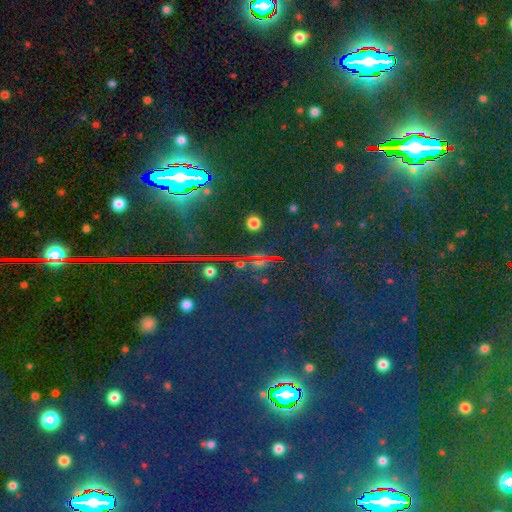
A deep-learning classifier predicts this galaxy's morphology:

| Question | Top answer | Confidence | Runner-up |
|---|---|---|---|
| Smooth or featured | star or artifact | 76% | smooth (13%) |